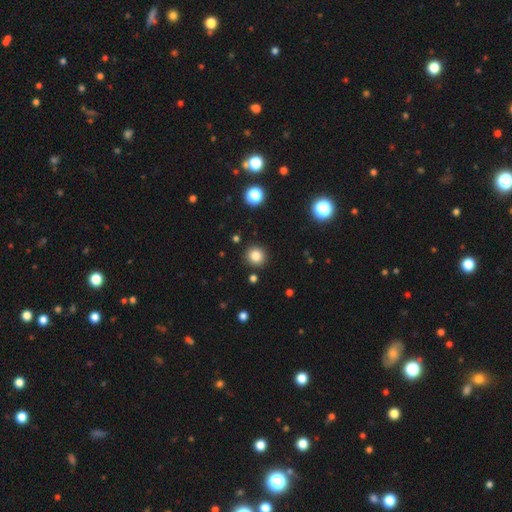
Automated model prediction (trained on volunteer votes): This is clearly a smooth galaxy (84%). How rounded: clearly round (92%). Merging: clearly none (90%).